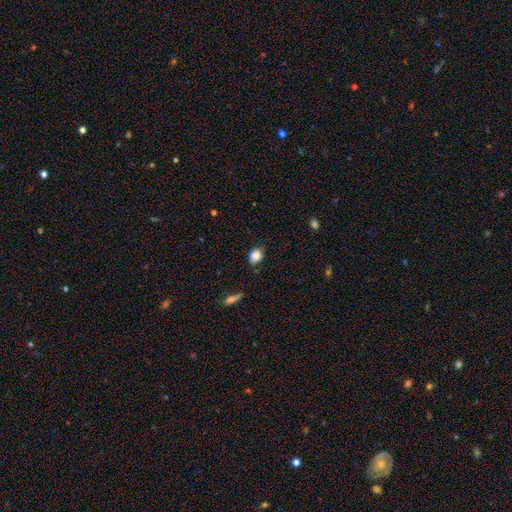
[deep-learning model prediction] Smooth or featured?
  - smooth: 83% *
  - star or artifact: 9%
  - featured or disk: 8%
How rounded?
  - in between: 49% * (tied)
  - round: 49% * (tied)
  - cigar-shaped: 2%
Merging?
  - none: 74% *
  - minor disturbance: 20%
  - major disturbance: 4%
  - merger: 2%